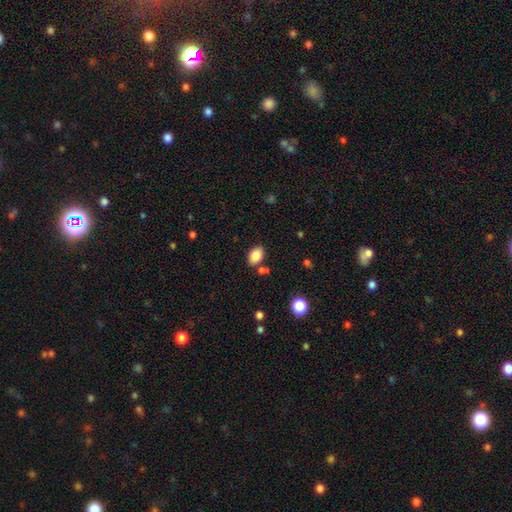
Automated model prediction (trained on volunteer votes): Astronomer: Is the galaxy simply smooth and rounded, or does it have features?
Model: smooth — 85%.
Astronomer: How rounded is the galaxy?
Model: in between — 86%.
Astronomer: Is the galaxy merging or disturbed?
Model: none — 79%.